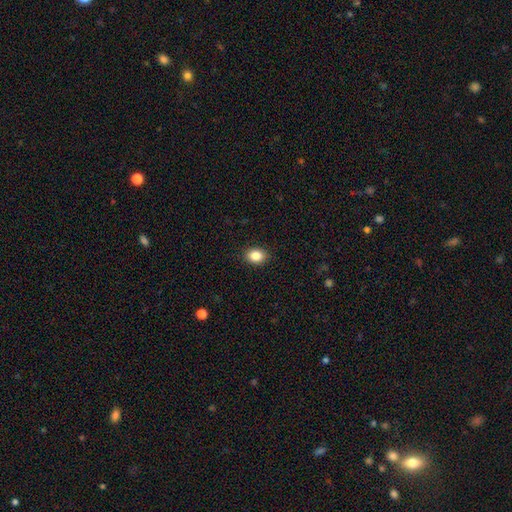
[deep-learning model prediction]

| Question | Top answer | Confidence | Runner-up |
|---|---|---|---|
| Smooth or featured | smooth | 86% | star or artifact (9%) |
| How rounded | in between | 58% | round (41%) |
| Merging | none | 90% | minor disturbance (7%) |